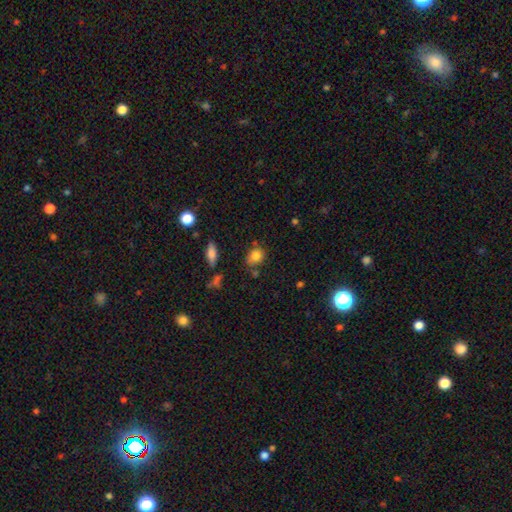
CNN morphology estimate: Overall: smooth (82%). How rounded: round (56%; in between 43%). Merging: none (70%).